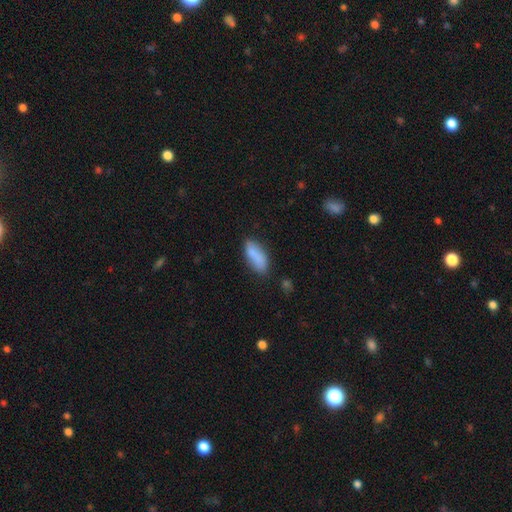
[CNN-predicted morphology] The model was most divided on "merging": none: 73%, minor disturbance: 19%, major disturbance: 4%, merger: 3%. More confident: smooth or featured — smooth (85%); how rounded — in between (80%).